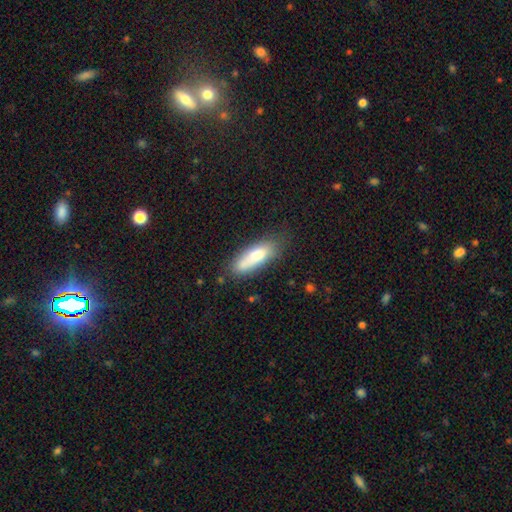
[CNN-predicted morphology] Smooth or featured?
  - smooth: 76% *
  - featured or disk: 16%
  - star or artifact: 7%
How rounded?
  - in between: 52% *
  - cigar-shaped: 46%
  - round: 2%
Merging?
  - none: 64% *
  - minor disturbance: 22%
  - merger: 7%
  - major disturbance: 6%